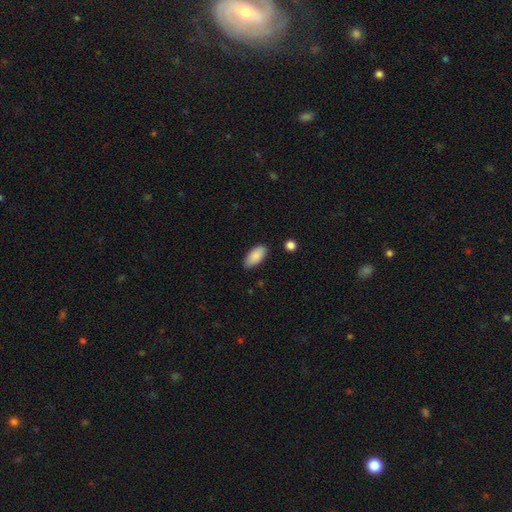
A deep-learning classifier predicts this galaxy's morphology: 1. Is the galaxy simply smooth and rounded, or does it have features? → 88% smooth, 6% star or artifact, 6% featured or disk.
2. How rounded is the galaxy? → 93% in between, 5% cigar-shaped, 2% round.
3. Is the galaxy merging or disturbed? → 84% none, 12% minor disturbance, 2% major disturbance, 2% merger.